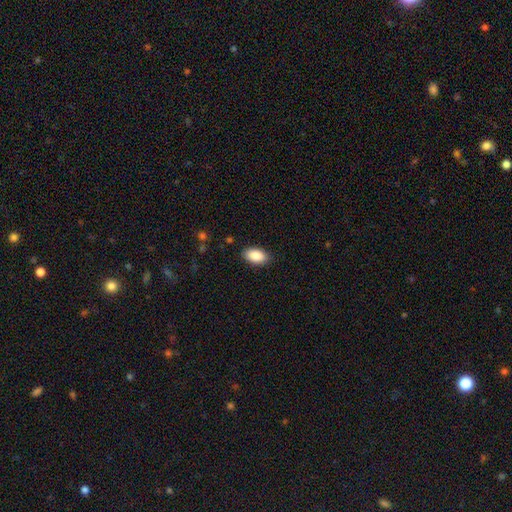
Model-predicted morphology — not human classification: Smooth or featured? Predicted: smooth (p=0.89). How rounded? Predicted: in between (p=0.94). Merging? Predicted: none (p=0.87).